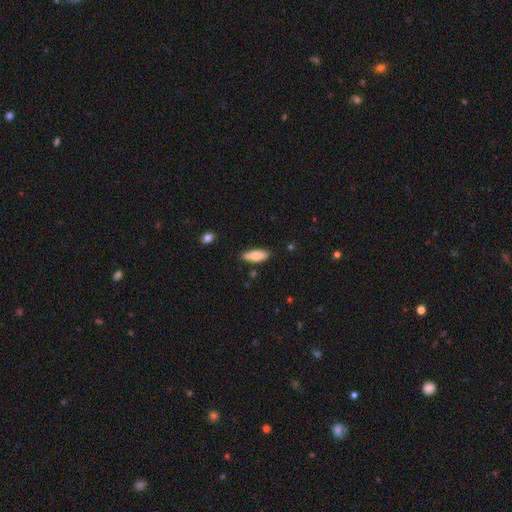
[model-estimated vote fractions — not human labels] smooth_or_featured: smooth (p=0.82) [alt: featured or disk p=0.12]
how_rounded: in between (p=0.75) [alt: cigar-shaped p=0.23]
merging: none (p=0.83) [alt: minor disturbance p=0.13]